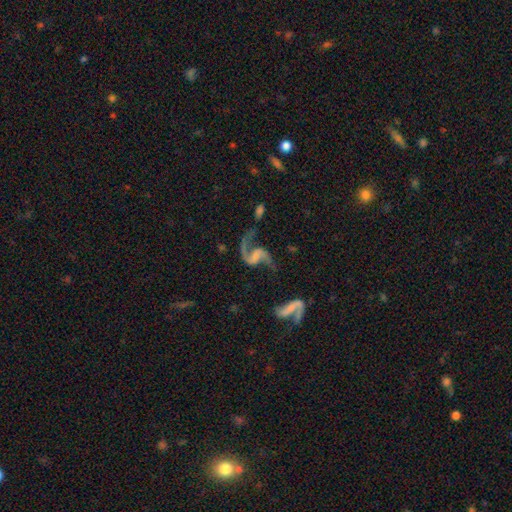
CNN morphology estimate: Overall: featured or disk (88%). Edge-on disk: no (98%). Bar: weak (41%; no 37%). Spiral arms: yes (95%). Spiral arm count: 2 (88%). Spiral winding: loose (75%). Bulge size: none (63%). Merging: none (52%; major disturbance 21%).